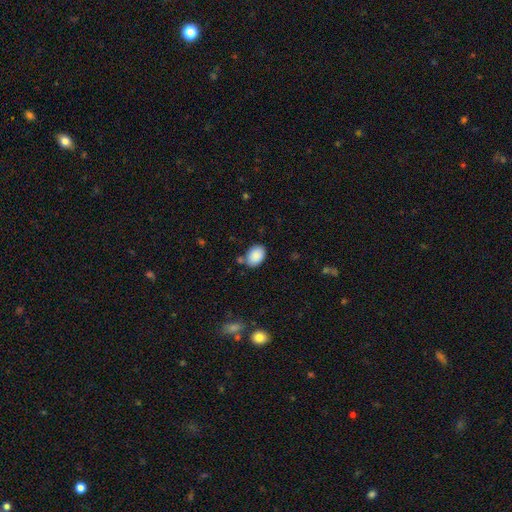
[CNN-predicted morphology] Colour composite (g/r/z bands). It shows a smooth galaxy with no disk features (89%) that is in between round and cigar-shaped (80%). Merging: none (75%).